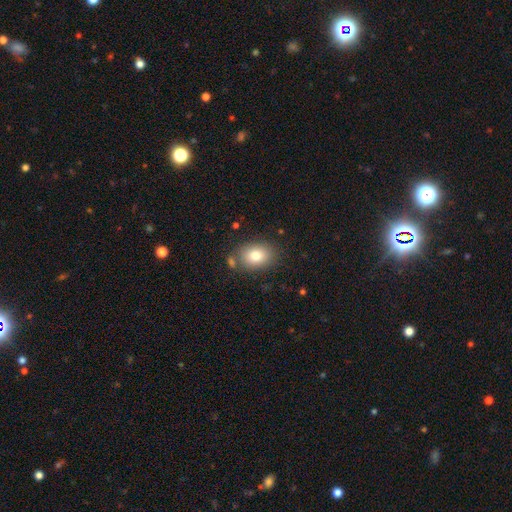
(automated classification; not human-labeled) Smooth or featured: smooth — 80% (featured or disk — 11%)
How rounded: in between — 70% (round — 29%)
Merging: none — 77% (minor disturbance — 13%)